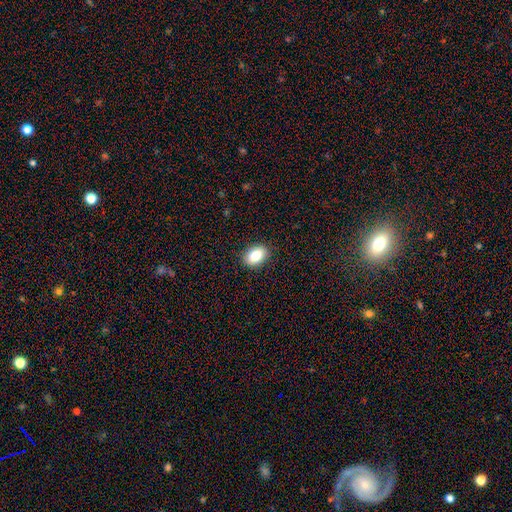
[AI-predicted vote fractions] Smooth or featured? smooth (86%)
How rounded? in between (84%)
Merging? none (89%)